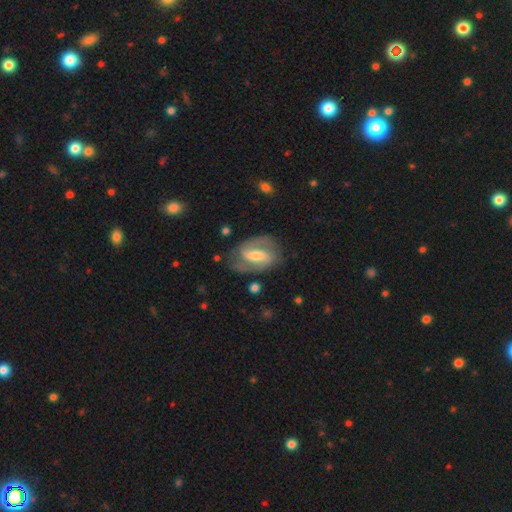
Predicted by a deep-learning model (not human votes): Smooth or featured?
  - featured or disk: 82% *
  - smooth: 13%
  - star or artifact: 5%
Edge-on disk?
  - no: 97% *
  - yes: 3%
Bar?
  - strong: 46% *
  - weak: 39%
  - no: 15%
Spiral arms?
  - yes: 92% *
  - no: 8%
Spiral winding?
  - medium: 53% *
  - tight: 28%
  - loose: 19%
Spiral arm count?
  - 2: 89% *
  - can't tell: 5%
  - 1: 3%
  - 3: 1%
  - 4: 1%
  - more than 4: 1%
Bulge size?
  - moderate: 52% *
  - small: 36%
  - large: 8%
  - none: 3%
  - dominant: 1%
Merging?
  - none: 76% *
  - minor disturbance: 15%
  - major disturbance: 7%
  - merger: 2%